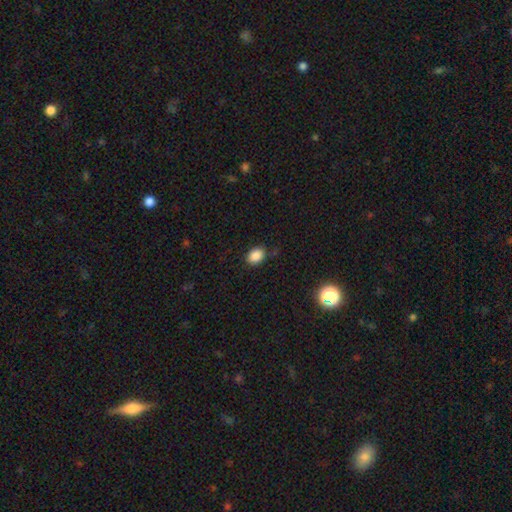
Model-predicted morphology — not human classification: smooth_or_featured: smooth (p=0.86) [alt: star or artifact p=0.10]
how_rounded: in between (p=0.70) [alt: round p=0.29]
merging: none (p=0.83) [alt: minor disturbance p=0.12]